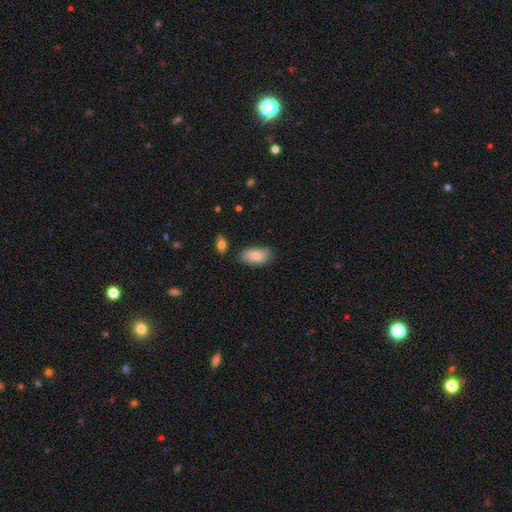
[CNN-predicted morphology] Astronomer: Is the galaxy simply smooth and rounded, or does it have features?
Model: smooth — 81%.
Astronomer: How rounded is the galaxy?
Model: in between — 93%.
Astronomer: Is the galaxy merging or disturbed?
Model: none — 76%.